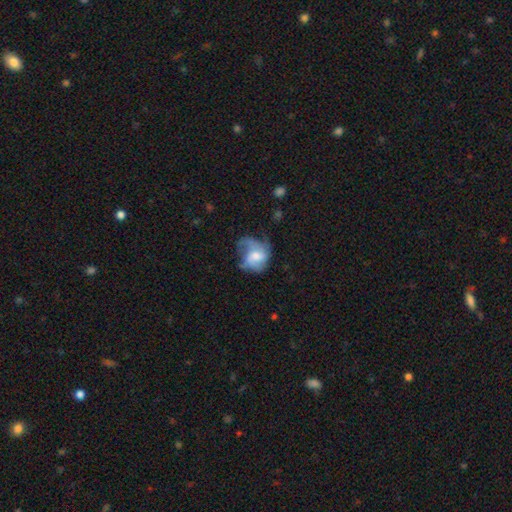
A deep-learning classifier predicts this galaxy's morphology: A featured or disk galaxy (52%) with no bar (64%), spiral arms (73%) and a moderate central bulge (48%).

Vote fractions:
- Smooth or featured? featured or disk: 52% / smooth: 39% / star or artifact: 8%
- Edge-on disk? no: 97% / yes: 3%
- Bar? no: 64% / weak: 30% / strong: 6%
- Spiral arms? yes: 73% / no: 27%
- Bulge size? moderate: 48% / small: 30% / large: 12% / none: 8% / dominant: 2%
- Merging? major disturbance: 37% / none: 34% / minor disturbance: 26% / merger: 3%